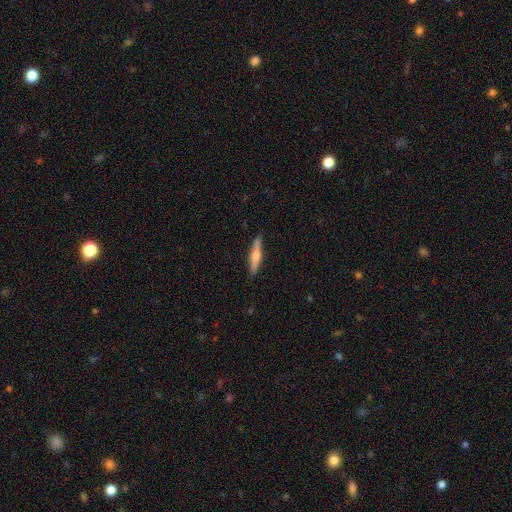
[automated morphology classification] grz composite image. It shows a featured or disk galaxy (54%) viewed edge-on (96%) with a rounded central bulge (88%). Merging: none (89%).